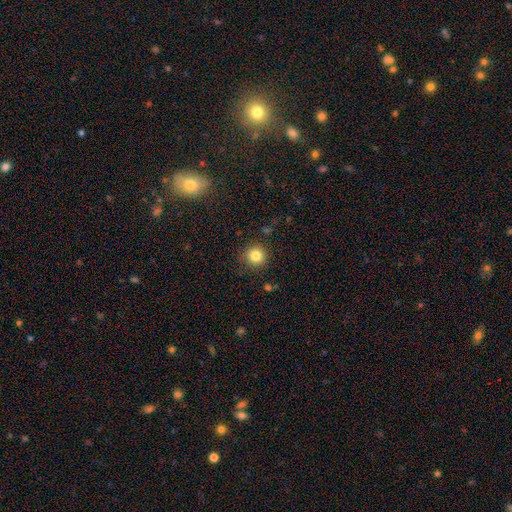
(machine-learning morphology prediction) A smooth galaxy with no disk features (83%) that is round (93%).

Vote fractions:
- Smooth or featured? smooth: 83% / star or artifact: 11% / featured or disk: 6%
- How rounded? round: 93% / in between: 6% / cigar-shaped: 1%
- Merging? none: 88% / minor disturbance: 8% / major disturbance: 3% / merger: 1%